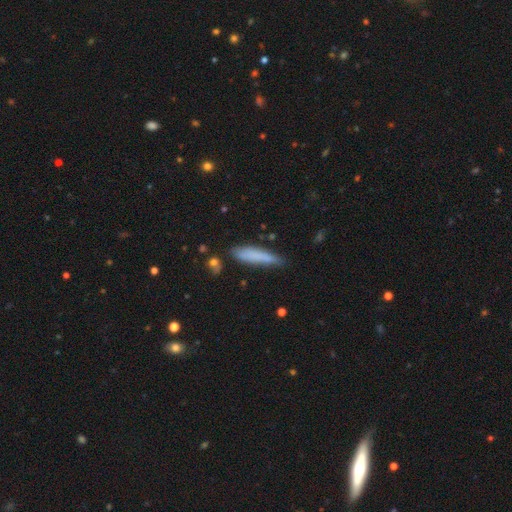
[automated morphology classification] A smooth galaxy with no disk features (77%) that is cigar-shaped (86%). Merging: none (72%).